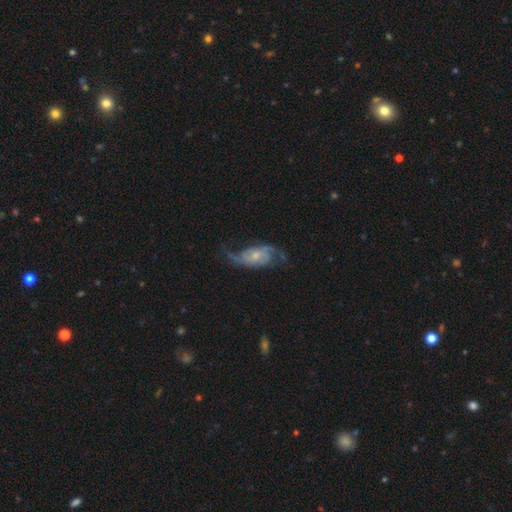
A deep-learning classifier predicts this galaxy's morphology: Overall: featured or disk (82%). Edge-on disk: no (95%). Bar: no (64%; weak 30%). Spiral arms: yes (94%). Spiral arm count: 2 (80%). Spiral winding: loose (50%; medium 36%). Bulge size: small (55%; moderate 36%). Merging: none (59%; minor disturbance 21%).